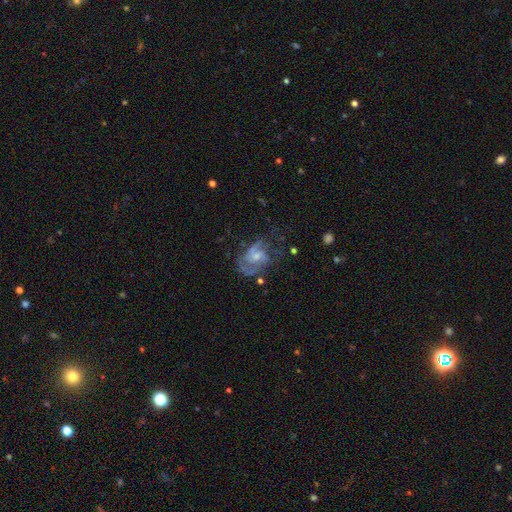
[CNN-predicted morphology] Smooth or featured? Predicted: featured or disk (p=0.76). Edge-on disk? Predicted: no (p=0.97). Bar? Predicted: no (p=0.55). Spiral arms? Predicted: yes (p=0.87). Spiral winding? Predicted: medium (p=0.49). Spiral arm count? Predicted: 2 (p=0.56). Bulge size? Predicted: small (p=0.45). Merging? Predicted: none (p=0.48).